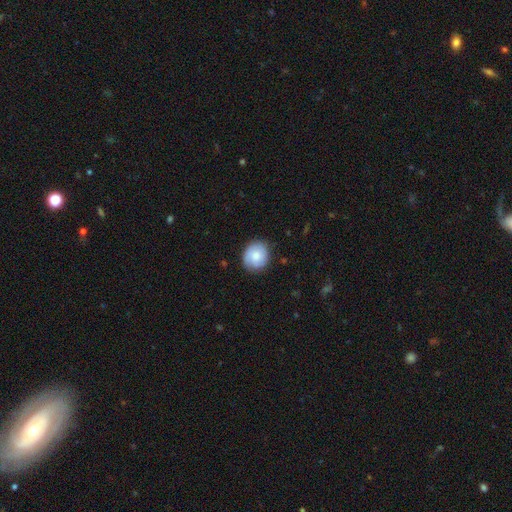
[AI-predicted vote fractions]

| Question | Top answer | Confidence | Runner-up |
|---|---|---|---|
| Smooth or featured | smooth | 67% | featured or disk (27%) |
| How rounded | round | 78% | in between (22%) |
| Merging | none | 82% | minor disturbance (14%) |